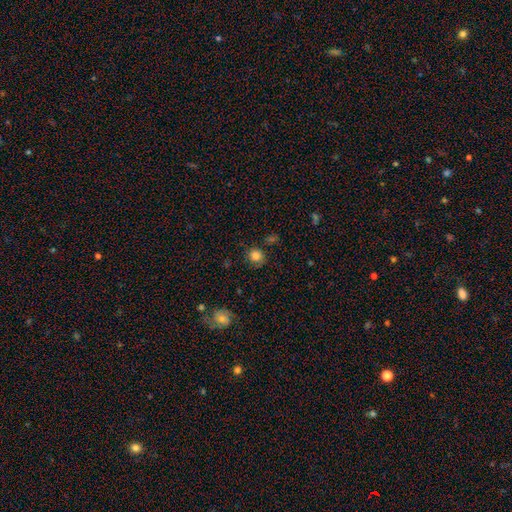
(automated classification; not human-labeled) Smooth or featured? smooth (83%)
How rounded? round (88%)
Merging? none (80%)